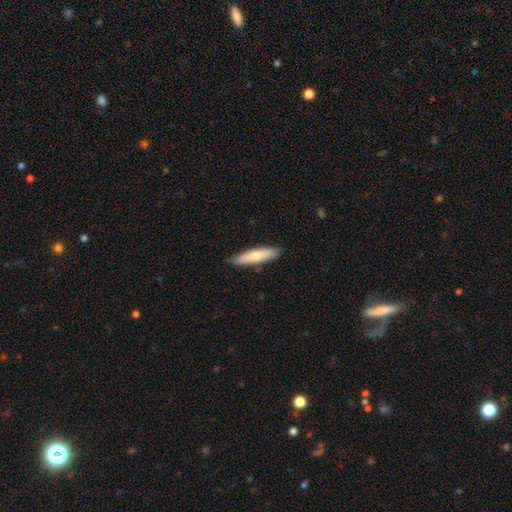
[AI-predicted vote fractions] A smooth galaxy with no disk features (70%) that is cigar-shaped (78%). Merging: none (86%).